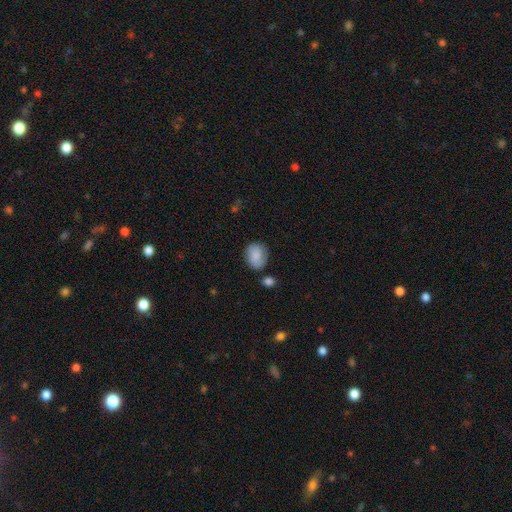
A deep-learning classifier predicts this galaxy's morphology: The model was most divided on "how rounded": round: 53%, in between: 45%, cigar-shaped: 1%. More confident: smooth or featured — smooth (81%); merging — none (69%).